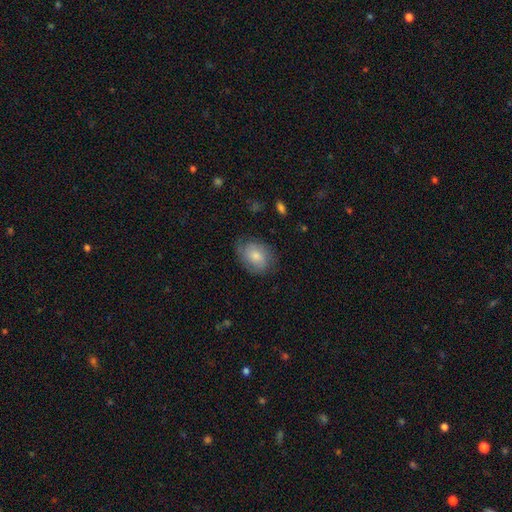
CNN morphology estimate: Q: Smooth or featured?
A: smooth (66%); runner-up: featured or disk (27%)
Q: How rounded?
A: in between (67%); runner-up: round (32%)
Q: Merging?
A: none (67%); runner-up: minor disturbance (23%)